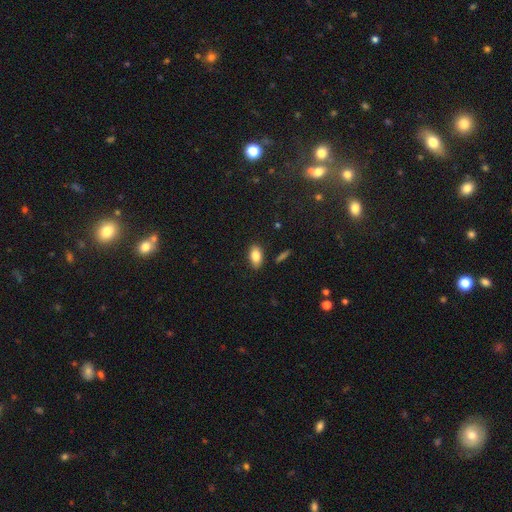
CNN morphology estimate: This is clearly a smooth galaxy (84%). How rounded: clearly in between (90%). Merging: clearly none (86%).